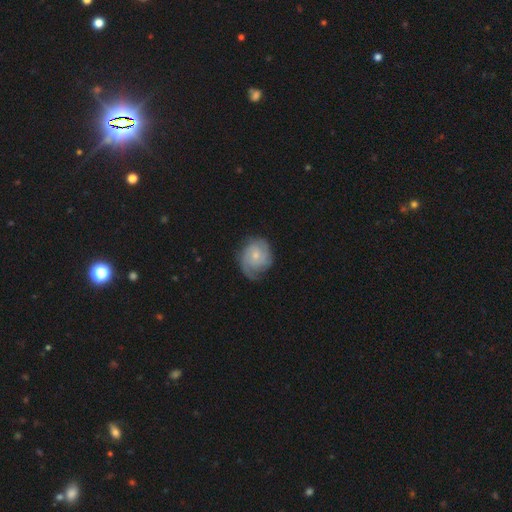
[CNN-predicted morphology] A featured or disk galaxy (75%) with no bar (71%), 2 (39%) tight (56%) spiral arms (95%) and a small central bulge (66%).

Vote fractions:
- Smooth or featured? featured or disk: 75% / smooth: 19% / star or artifact: 6%
- Edge-on disk? no: 98% / yes: 2%
- Bar? no: 71% / weak: 25% / strong: 3%
- Spiral arms? yes: 95% / no: 5%
- Spiral winding? tight: 56% / medium: 34% / loose: 10%
- Spiral arm count? 2: 39% / can't tell: 23% / 3: 21% / 1: 7% / 4: 5% / more than 4: 4%
- Bulge size? small: 66% / moderate: 28% / none: 3% / large: 1% / dominant: 1%
- Merging? none: 69% / minor disturbance: 21% / major disturbance: 9% / merger: 1%